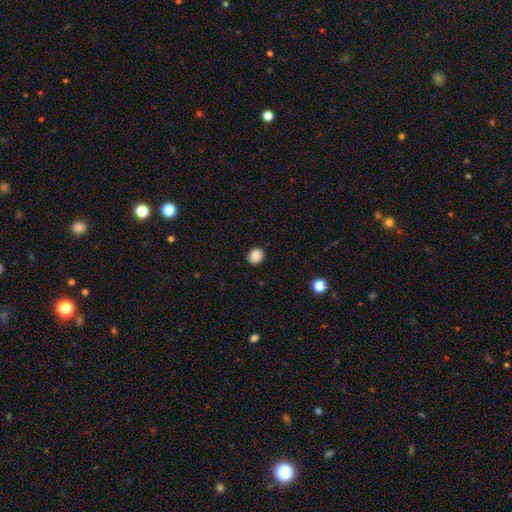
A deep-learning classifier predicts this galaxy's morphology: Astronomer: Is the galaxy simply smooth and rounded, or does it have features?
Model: smooth — 88%.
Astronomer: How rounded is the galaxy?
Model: round — 78%.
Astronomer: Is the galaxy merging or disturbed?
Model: none — 89%.